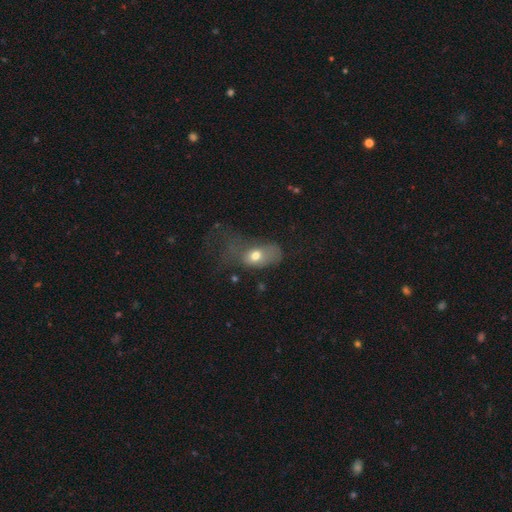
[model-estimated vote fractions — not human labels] This appears to be a smooth galaxy with no disk features (68%) that is in between round and cigar-shaped (80%). Merging: major disturbance (57%).